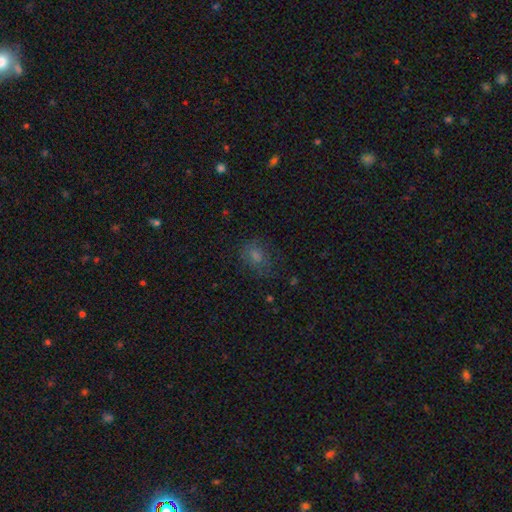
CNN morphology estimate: Q: Smooth or featured?
A: smooth (69%); runner-up: star or artifact (18%)
Q: How rounded?
A: in between (51%); runner-up: round (47%)
Q: Merging?
A: none (66%); runner-up: minor disturbance (21%)